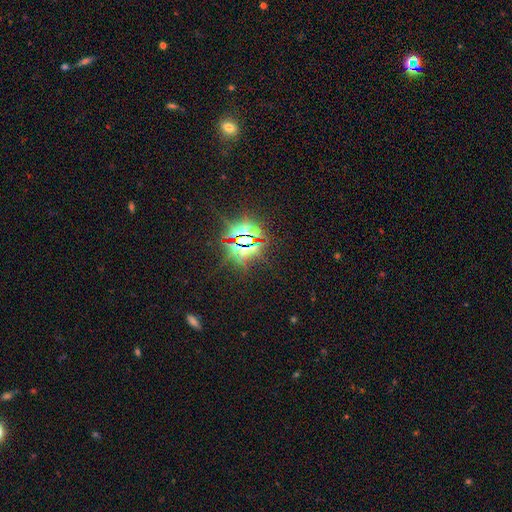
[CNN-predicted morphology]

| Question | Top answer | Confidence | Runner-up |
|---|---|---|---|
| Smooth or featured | star or artifact | 84% | smooth (9%) |